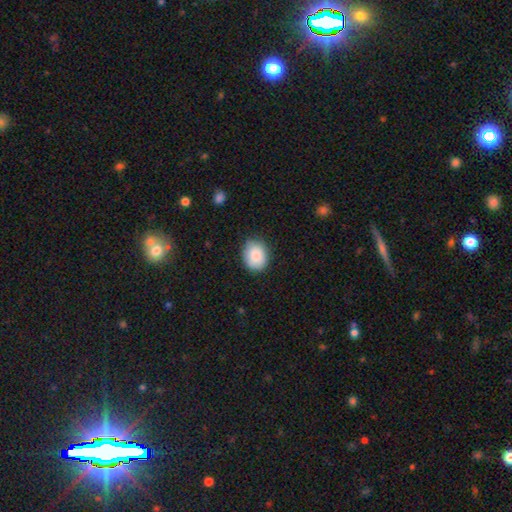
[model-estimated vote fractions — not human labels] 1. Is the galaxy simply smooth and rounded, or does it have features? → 85% smooth, 8% featured or disk, 7% star or artifact.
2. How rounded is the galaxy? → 51% in between, 48% round, 1% cigar-shaped.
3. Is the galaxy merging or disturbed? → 83% none, 14% minor disturbance, 3% major disturbance, 1% merger.